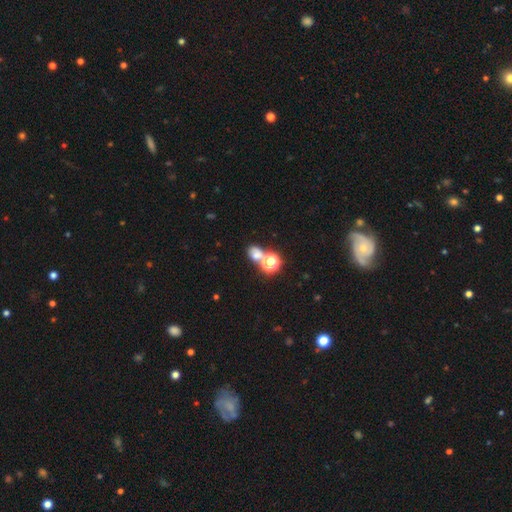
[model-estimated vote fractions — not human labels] Smooth or featured?
  - smooth: 62% *
  - star or artifact: 29%
  - featured or disk: 9%
How rounded?
  - round: 55% *
  - in between: 44%
  - cigar-shaped: 2%
Merging?
  - none: 50% *
  - merger: 36%
  - minor disturbance: 9%
  - major disturbance: 5%